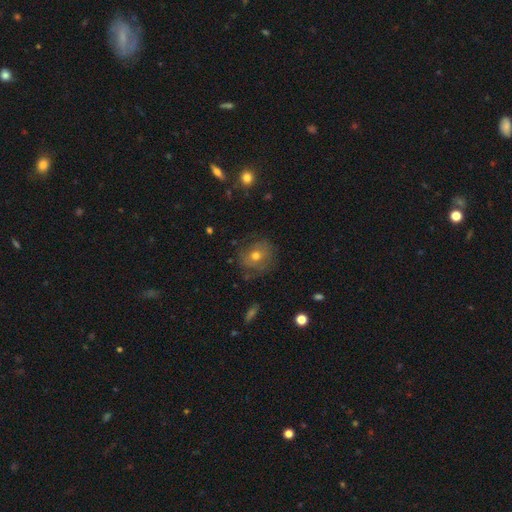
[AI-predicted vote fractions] smooth_or_featured: smooth (p=0.49) [alt: featured or disk p=0.38]
merging: none (p=0.72) [alt: minor disturbance p=0.18]